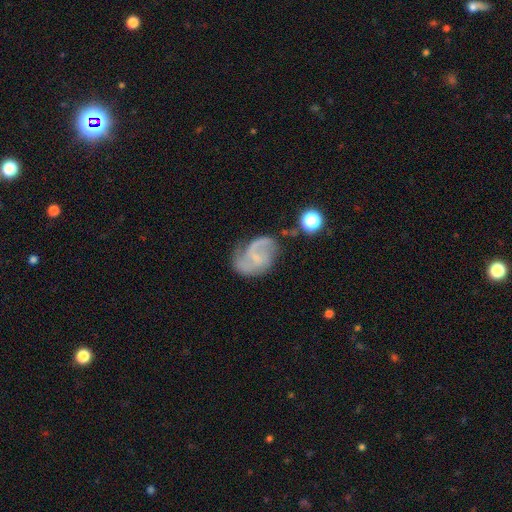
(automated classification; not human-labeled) Overall: featured or disk (74%). Edge-on disk: no (98%). Bar: no (45%; weak 44%). Spiral arms: yes (89%). Spiral arm count: 2 (72%). Spiral winding: medium (42%; loose 41%). Bulge size: small (48%; none 40%). Merging: none (53%; minor disturbance 25%).